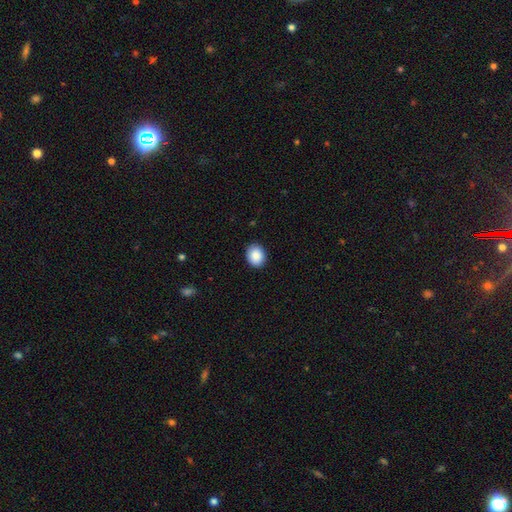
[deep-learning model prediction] Overall: smooth (89%). How rounded: in between (51%; round 48%). Merging: none (90%).